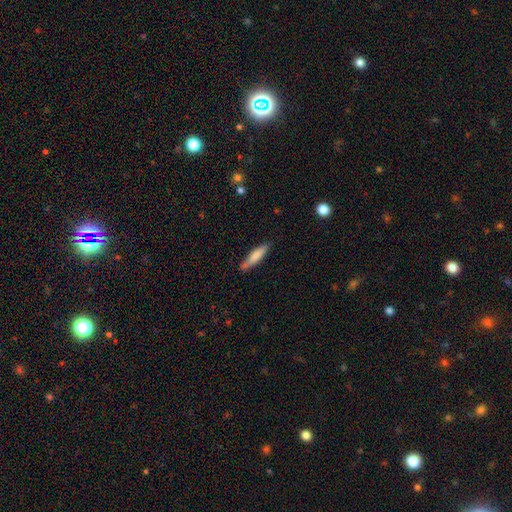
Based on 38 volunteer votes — Smooth or featured: smooth — 79% (featured or disk — 21%)
How rounded: cigar-shaped — 80% (in between — 17%)
Merging: none — 79% (minor disturbance — 11%)